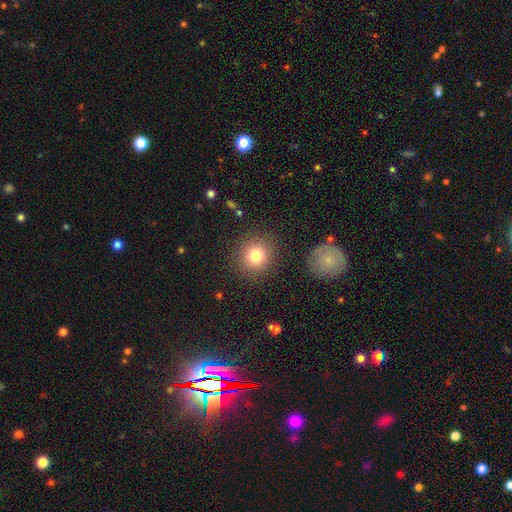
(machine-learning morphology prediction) Overall: smooth (81%). How rounded: round (87%). Merging: none (87%).